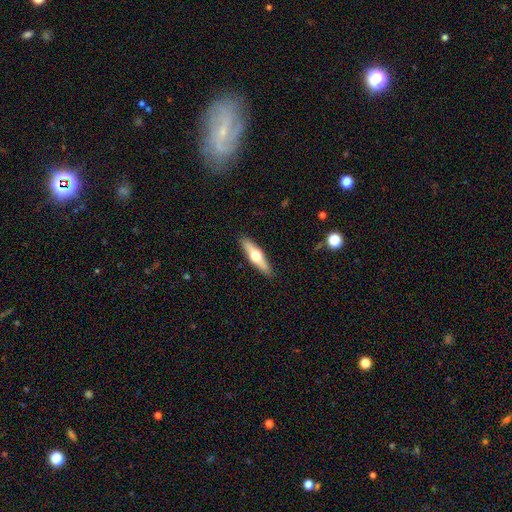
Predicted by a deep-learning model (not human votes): A featured or disk galaxy (51%) viewed edge-on (92%).

Vote fractions:
- Smooth or featured? featured or disk: 51% / smooth: 44% / star or artifact: 5%
- Edge-on disk? yes: 92% / no: 8%
- Merging? none: 90% / minor disturbance: 7% / major disturbance: 2% / merger: 1%